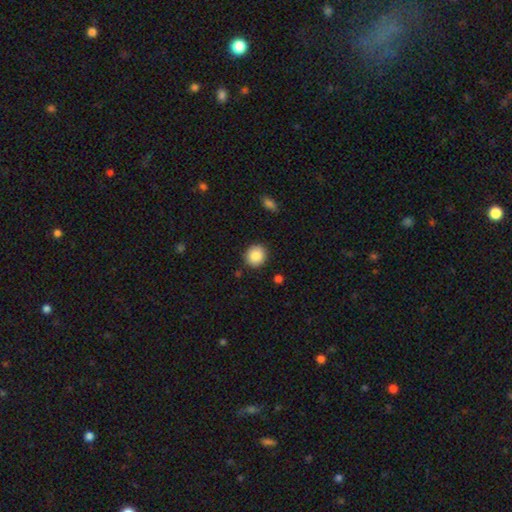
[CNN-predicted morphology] smooth 87%, star or artifact 8%, featured or disk 5%. Down the decision tree: how rounded — round (86%); merging — none (89%).